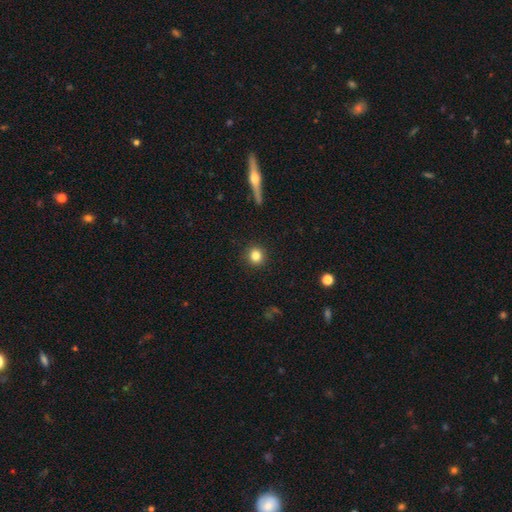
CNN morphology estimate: Q: Smooth or featured?
A: smooth (83%); runner-up: star or artifact (11%)
Q: How rounded?
A: round (91%); runner-up: in between (8%)
Q: Merging?
A: none (92%); runner-up: minor disturbance (5%)